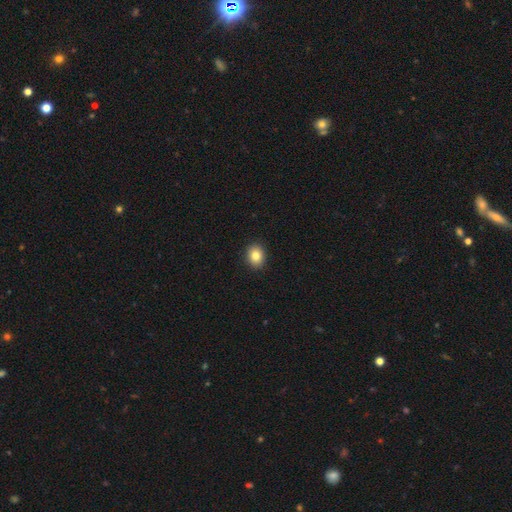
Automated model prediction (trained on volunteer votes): Smooth or featured?
  - smooth: 83% *
  - star or artifact: 10%
  - featured or disk: 8%
How rounded?
  - round: 55% *
  - in between: 44%
  - cigar-shaped: 1%
Merging?
  - none: 91% *
  - minor disturbance: 6%
  - major disturbance: 2%
  - merger: 1%